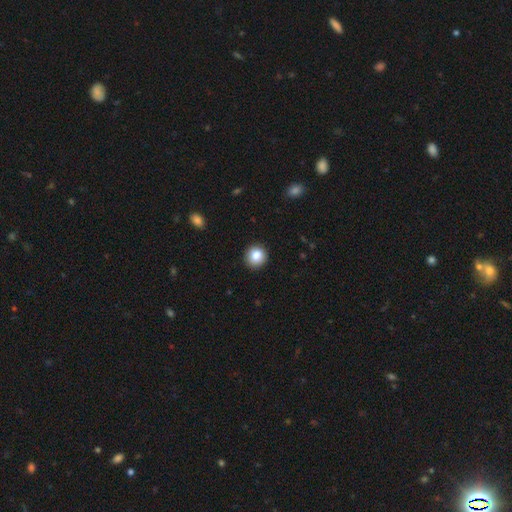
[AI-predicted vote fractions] Smooth or featured: smooth — 84% (star or artifact — 9%)
How rounded: round — 92% (in between — 7%)
Merging: none — 92% (minor disturbance — 6%)